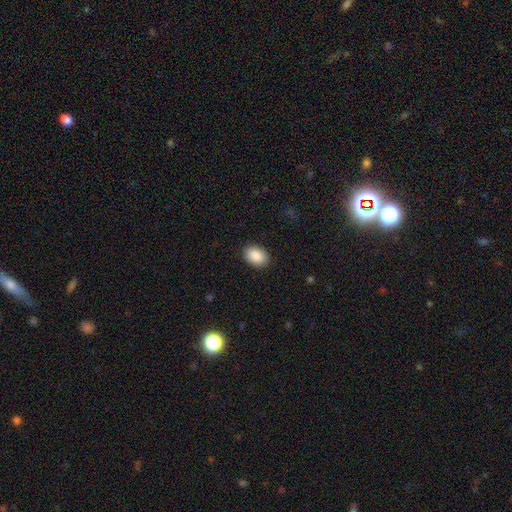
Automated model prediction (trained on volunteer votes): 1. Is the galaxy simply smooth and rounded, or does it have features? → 89% smooth, 7% star or artifact, 4% featured or disk.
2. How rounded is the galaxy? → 84% in between, 15% round, 1% cigar-shaped.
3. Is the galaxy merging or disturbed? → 89% none, 8% minor disturbance, 2% major disturbance, 1% merger.